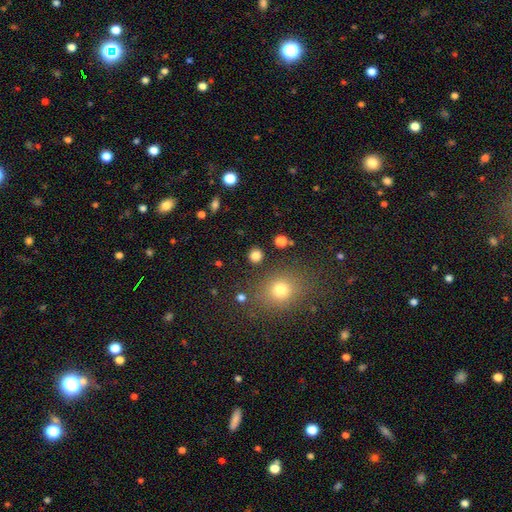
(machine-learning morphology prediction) Q: Smooth or featured?
A: smooth (81%); runner-up: star or artifact (14%)
Q: How rounded?
A: round (88%); runner-up: in between (11%)
Q: Merging?
A: none (88%); runner-up: minor disturbance (6%)